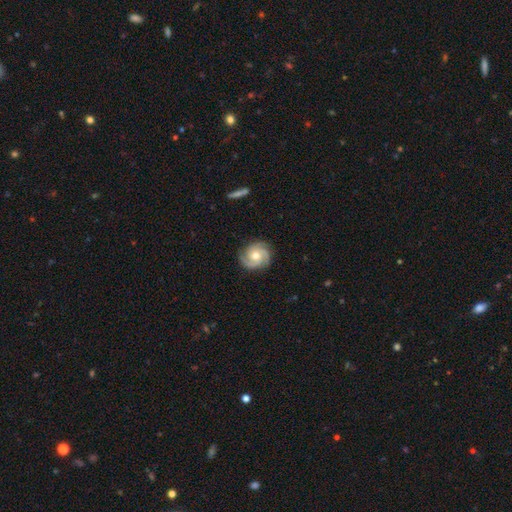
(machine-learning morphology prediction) A featured or disk galaxy (86%) with no bar (74%), 3 (59%) tight (59%) spiral arms (98%) and a moderate central bulge (71%).

Vote fractions:
- Smooth or featured? featured or disk: 86% / smooth: 9% / star or artifact: 5%
- Edge-on disk? no: 98% / yes: 2%
- Bar? no: 74% / weak: 22% / strong: 5%
- Spiral arms? yes: 98% / no: 2%
- Spiral winding? tight: 59% / medium: 35% / loose: 6%
- Spiral arm count? 3: 59% / 2: 18% / can't tell: 8% / 4: 7% / 1: 4% / more than 4: 4%
- Bulge size? moderate: 71% / small: 24% / large: 3% / none: 1% / dominant: 1%
- Merging? none: 83% / minor disturbance: 13% / major disturbance: 3% / merger: 1%